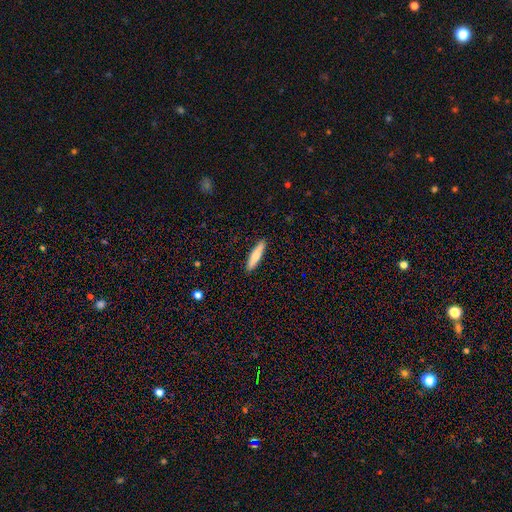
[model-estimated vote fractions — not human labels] Smooth or featured: smooth — 74% (featured or disk — 20%)
How rounded: cigar-shaped — 83% (in between — 15%)
Merging: none — 91% (minor disturbance — 7%)